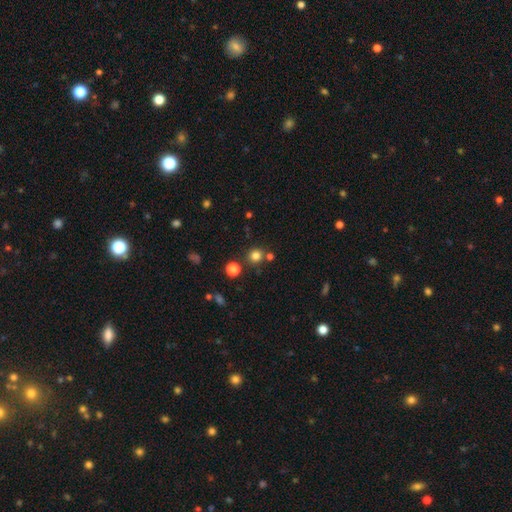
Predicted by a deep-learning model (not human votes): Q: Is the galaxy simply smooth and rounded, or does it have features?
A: smooth — 78%.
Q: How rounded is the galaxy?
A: round — 91%.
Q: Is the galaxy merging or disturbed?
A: none — 78%.